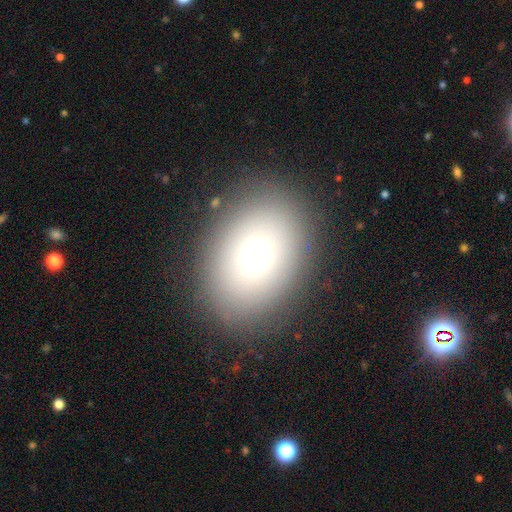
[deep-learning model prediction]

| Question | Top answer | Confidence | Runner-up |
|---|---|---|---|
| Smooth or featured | smooth | 70% | featured or disk (16%) |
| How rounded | in between | 65% | round (34%) |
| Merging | none | 85% | minor disturbance (9%) |